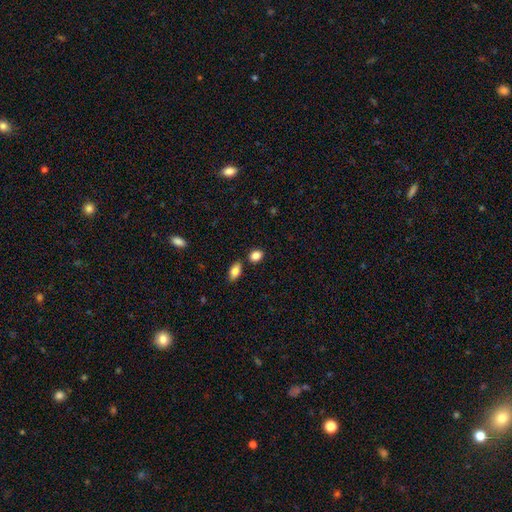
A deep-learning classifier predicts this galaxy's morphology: Smooth or featured? Predicted: smooth (p=0.86). How rounded? Predicted: in between (p=0.68). Merging? Predicted: none (p=0.74).